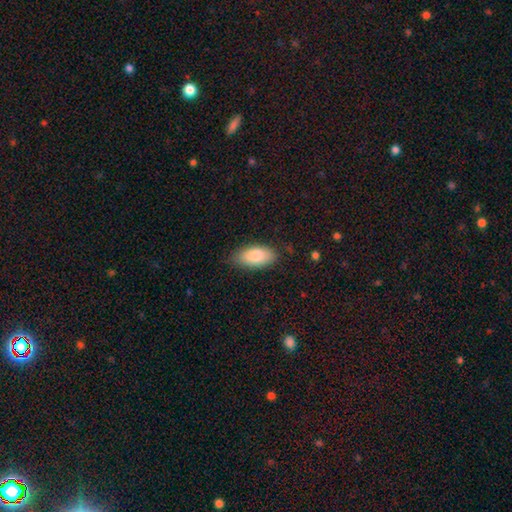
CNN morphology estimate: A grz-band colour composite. It shows a smooth galaxy with no disk features (85%) that is in between round and cigar-shaped (91%). Merging: none (77%).